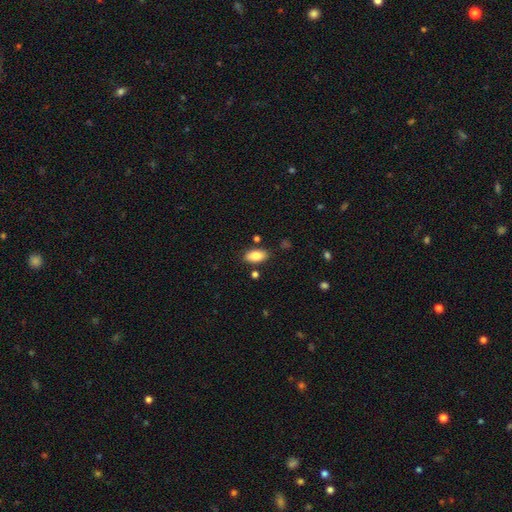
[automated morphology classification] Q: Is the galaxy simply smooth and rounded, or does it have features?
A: smooth — 82%.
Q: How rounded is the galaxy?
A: in between — 92%.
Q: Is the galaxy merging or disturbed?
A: none — 82%.